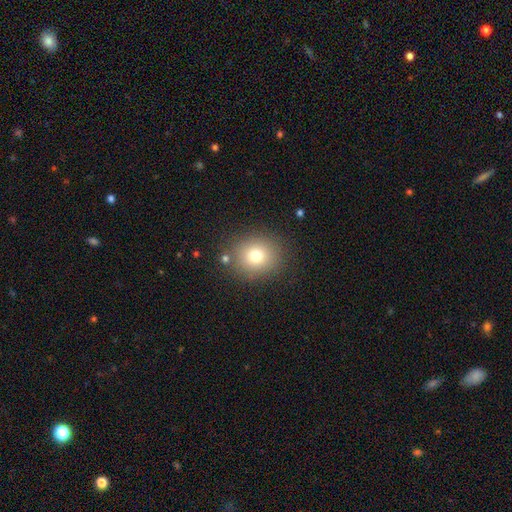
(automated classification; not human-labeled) Smooth or featured?
  - smooth: 76% *
  - star or artifact: 14%
  - featured or disk: 11%
How rounded?
  - round: 80% *
  - in between: 19%
  - cigar-shaped: 1%
Merging?
  - none: 84% *
  - minor disturbance: 9%
  - major disturbance: 4%
  - merger: 3%